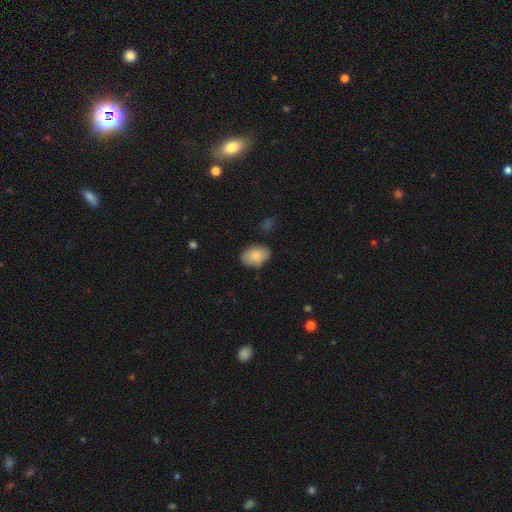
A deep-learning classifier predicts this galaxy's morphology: A smooth galaxy with no disk features (83%) that is in between round and cigar-shaped (82%). Merging: none (76%).